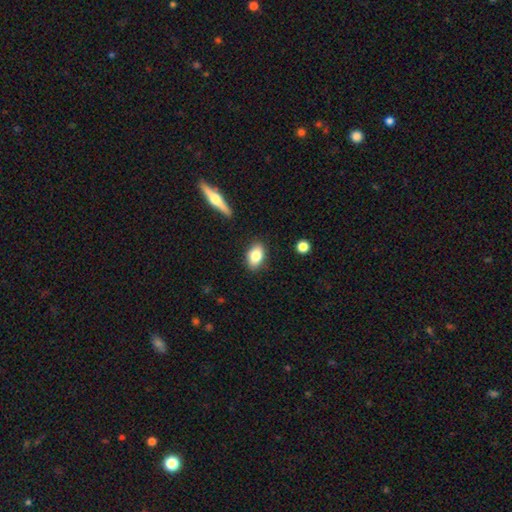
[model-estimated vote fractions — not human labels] This is clearly a smooth galaxy (80%). How rounded: clearly in between (87%). Merging: clearly none (85%).